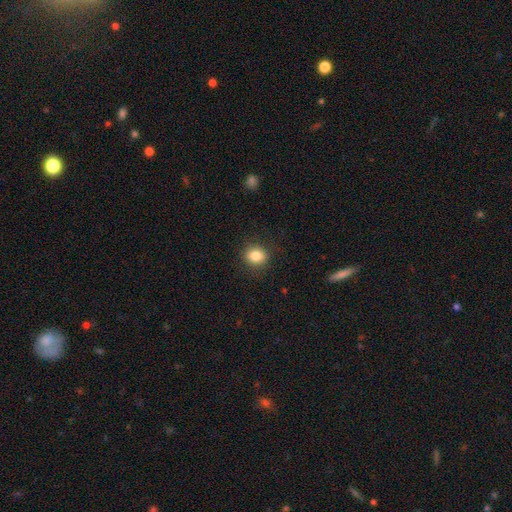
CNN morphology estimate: Overall: smooth (84%). How rounded: round (73%). Merging: none (88%).